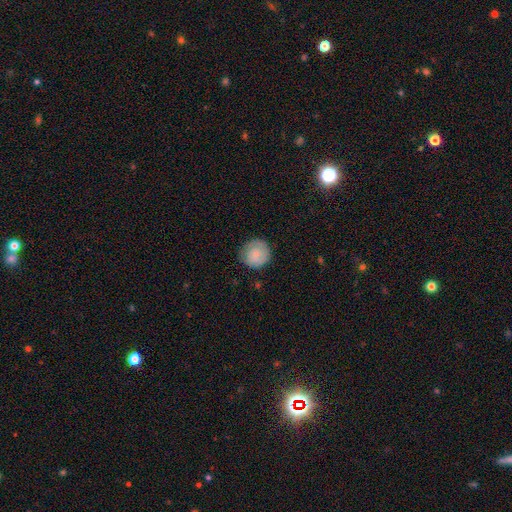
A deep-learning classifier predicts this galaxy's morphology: Smooth or featured: smooth — 78% (featured or disk — 15%)
How rounded: round — 92% (in between — 7%)
Merging: none — 79% (minor disturbance — 16%)